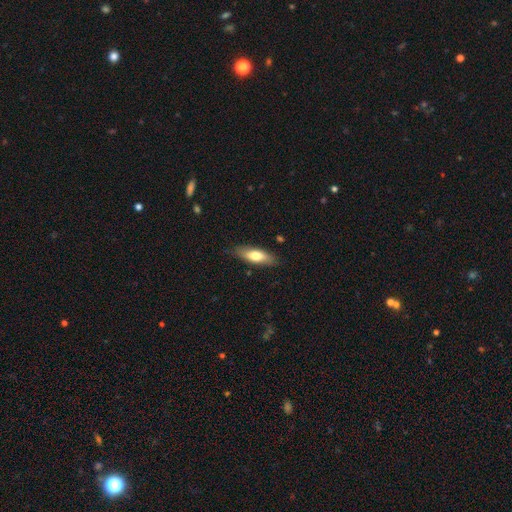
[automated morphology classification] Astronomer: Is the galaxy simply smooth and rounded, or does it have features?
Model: smooth — 69%.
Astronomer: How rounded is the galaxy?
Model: in between — 60% (runner-up: cigar-shaped, 38%).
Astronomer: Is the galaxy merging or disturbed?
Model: none — 82%.